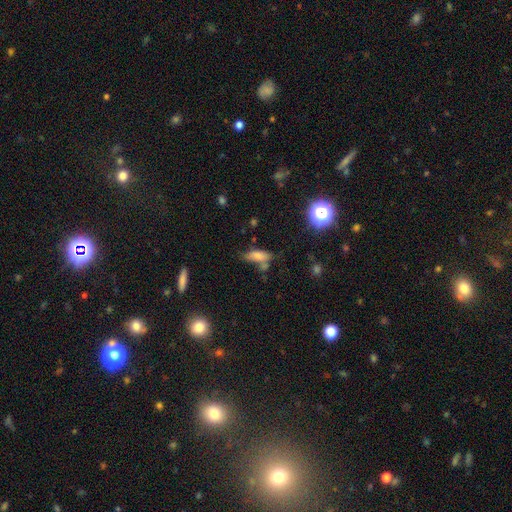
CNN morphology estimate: smooth 67%, featured or disk 17%, star or artifact 16%. Down the decision tree: how rounded — in between (59%); merging — none (52%).